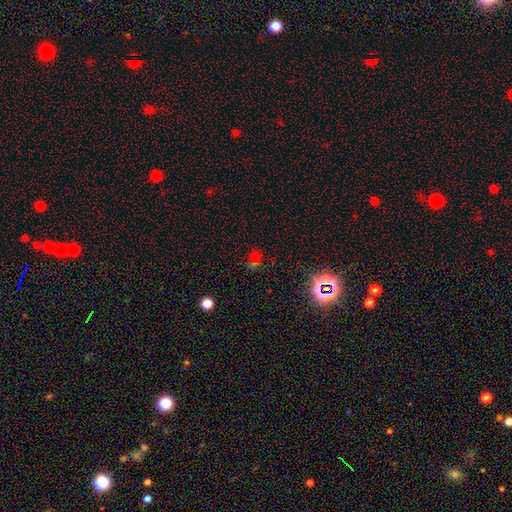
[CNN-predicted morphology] A star or artifact, not a galaxy (50%).

Vote fractions:
- Smooth or featured? star or artifact: 50% / smooth: 38% / featured or disk: 12%